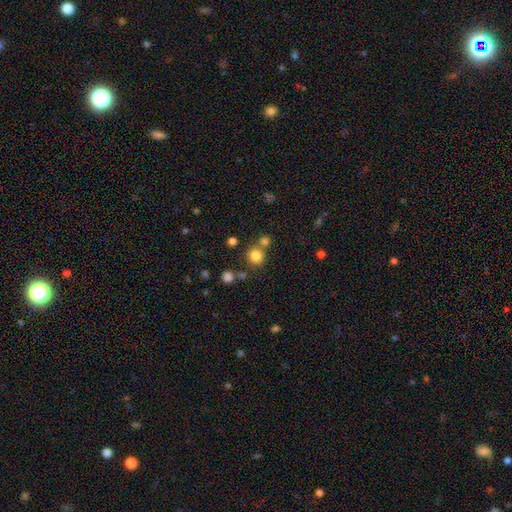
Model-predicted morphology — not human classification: A smooth galaxy with no disk features (81%) that is round (90%). Merging: none (72%).